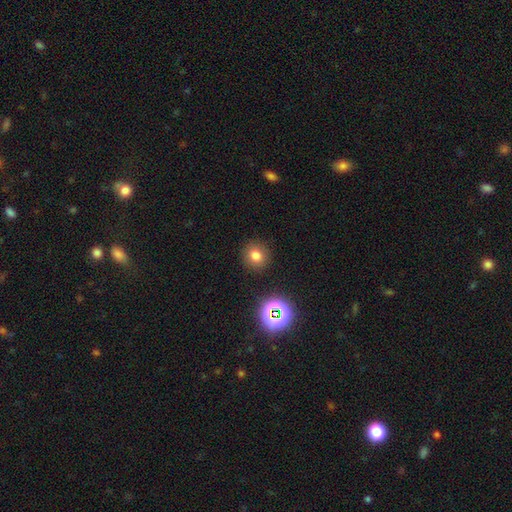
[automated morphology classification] Q: Smooth or featured?
A: smooth (75%); runner-up: star or artifact (17%)
Q: How rounded?
A: round (85%); runner-up: in between (14%)
Q: Merging?
A: none (89%); runner-up: minor disturbance (7%)